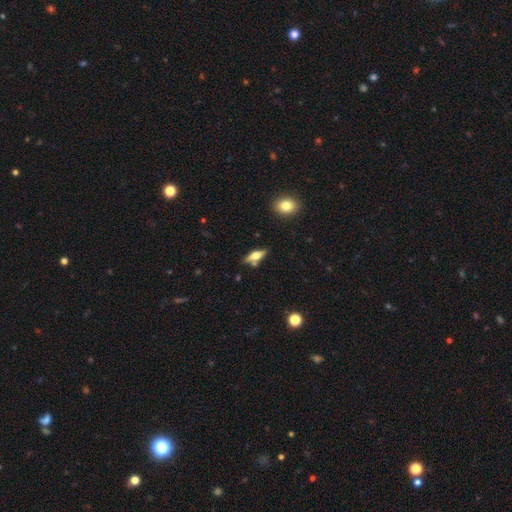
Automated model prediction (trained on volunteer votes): This appears to be a featured or disk galaxy (49%). Merging: none (74%).